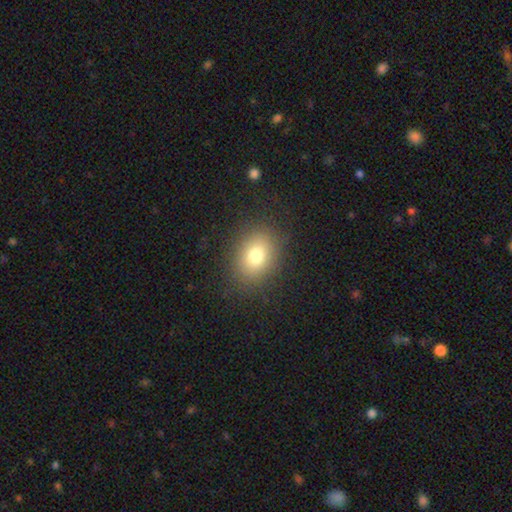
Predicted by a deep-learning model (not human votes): smooth-or-featured: smooth: 77% | star or artifact: 12% | featured or disk: 11%
  how-rounded: in between: 58% | round: 41% | cigar-shaped: 1%
  merging: none: 85% | minor disturbance: 10% | major disturbance: 4% | merger: 1%